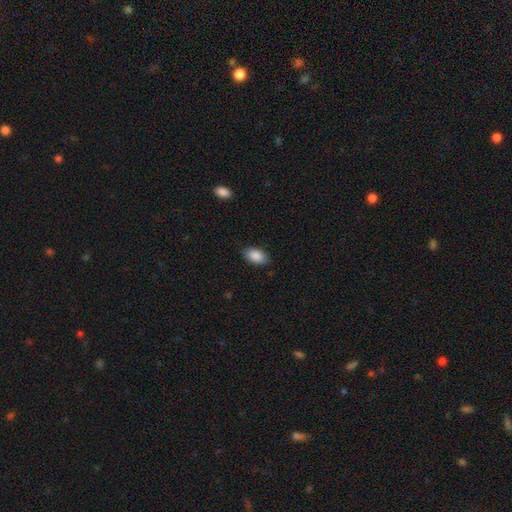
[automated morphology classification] A smooth galaxy with no disk features (89%) that is in between round and cigar-shaped (94%). Merging: none (86%).